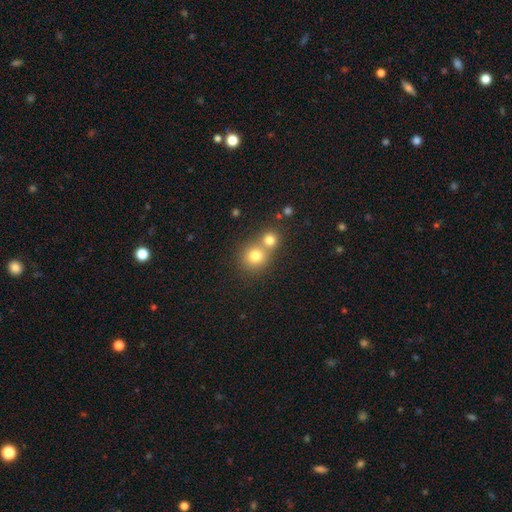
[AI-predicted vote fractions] Morphology: type=smooth (77%); roundness=round (87%); merging=none (46%, tied with merger).